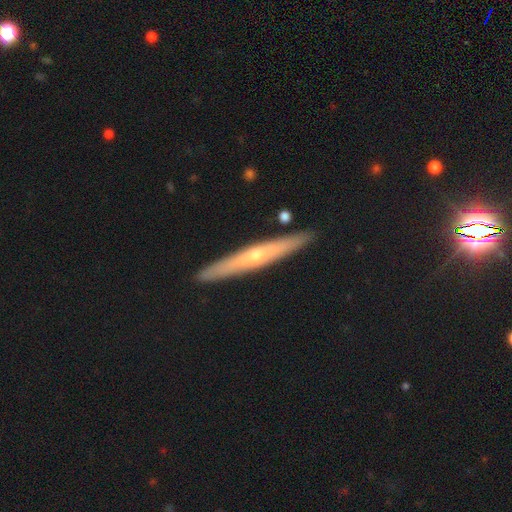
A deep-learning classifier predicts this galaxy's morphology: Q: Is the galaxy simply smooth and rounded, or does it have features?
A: featured or disk — 61%.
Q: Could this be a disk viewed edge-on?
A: yes — 93%.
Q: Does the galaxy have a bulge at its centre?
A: rounded — 70%.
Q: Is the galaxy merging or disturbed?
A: none — 91%.